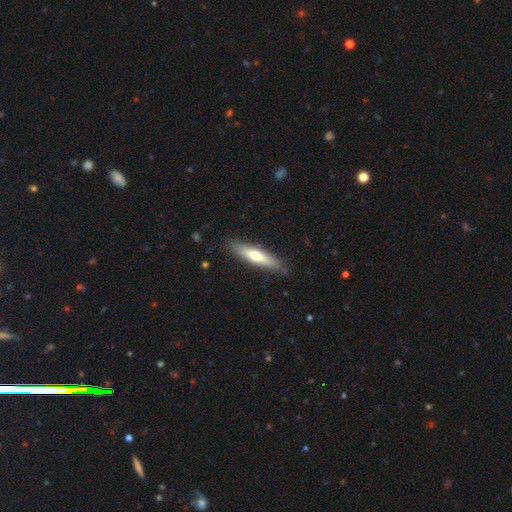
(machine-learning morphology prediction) Q: Smooth or featured?
A: smooth (54%); runner-up: featured or disk (41%)
Q: How rounded?
A: cigar-shaped (78%); runner-up: in between (20%)
Q: Merging?
A: none (86%); runner-up: minor disturbance (10%)